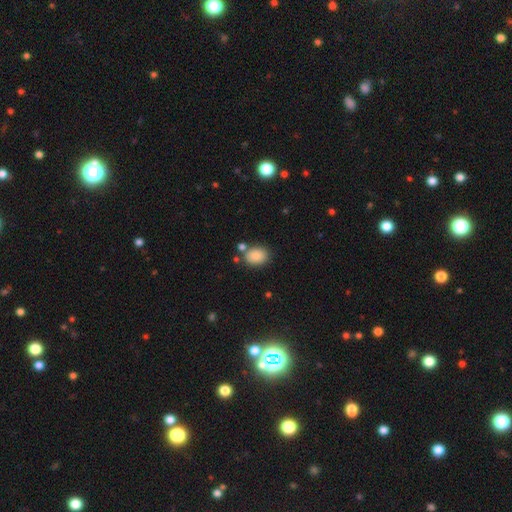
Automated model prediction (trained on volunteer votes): Morphology: type=smooth (86%); roundness=in between (66%); merging=none (72%).